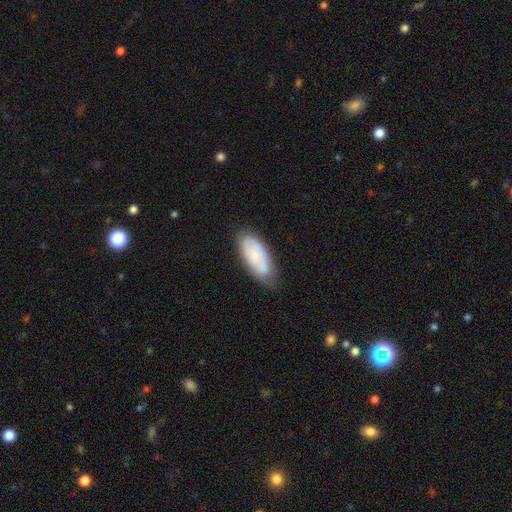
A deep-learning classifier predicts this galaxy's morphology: Smooth or featured? Predicted: smooth (p=0.60). How rounded? Predicted: in between (p=0.83). Merging? Predicted: none (p=0.65).